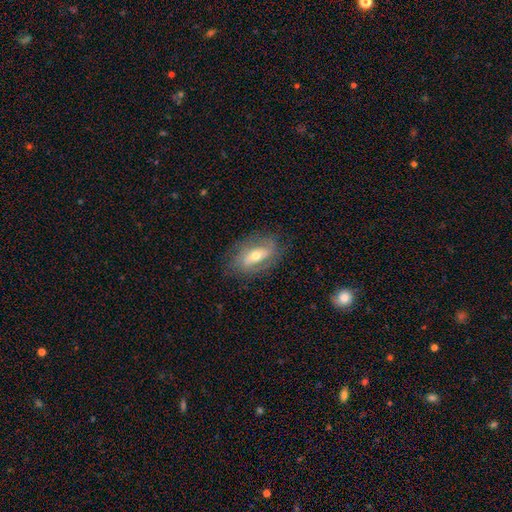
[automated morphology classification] Smooth or featured: featured or disk — 69% (smooth — 24%)
Edge-on disk: no — 89% (yes — 11%)
Bar: no — 36% (weak — 34%)
Spiral arms: yes — 77% (no — 23%)
Bulge size: moderate — 59% (small — 35%)
Merging: none — 75% (minor disturbance — 16%)